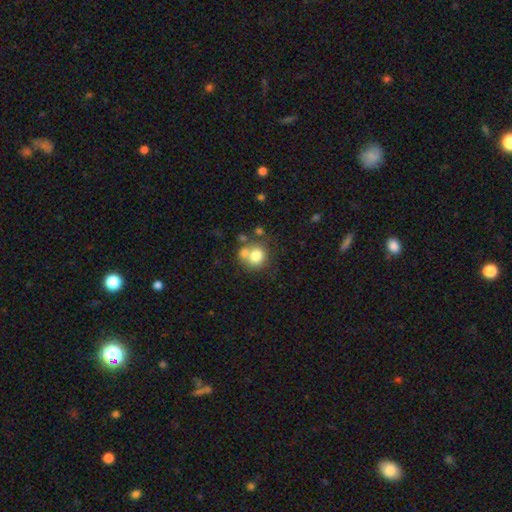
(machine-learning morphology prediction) A smooth galaxy with no disk features (75%) that is round (82%).

Vote fractions:
- Smooth or featured? smooth: 75% / featured or disk: 14% / star or artifact: 11%
- How rounded? round: 82% / in between: 17% / cigar-shaped: 1%
- Merging? none: 50% / merger: 34% / minor disturbance: 11% / major disturbance: 5%